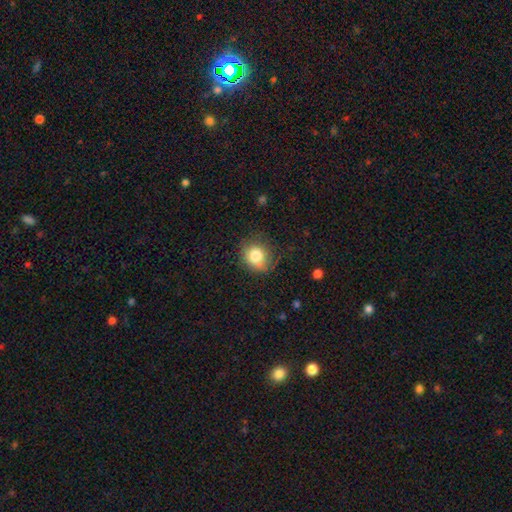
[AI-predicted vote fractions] This appears to be a smooth galaxy with no disk features (81%) that is round (75%). Merging: none (73%).